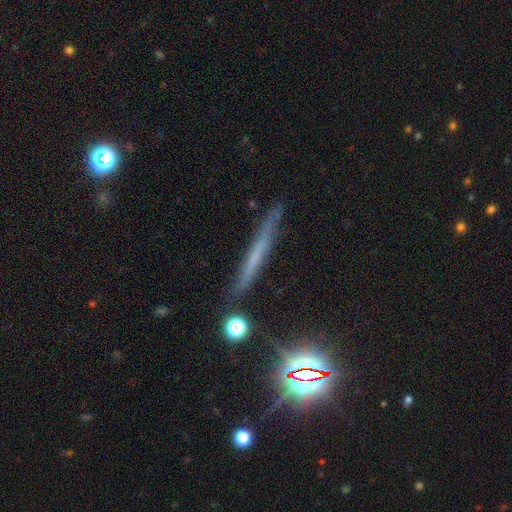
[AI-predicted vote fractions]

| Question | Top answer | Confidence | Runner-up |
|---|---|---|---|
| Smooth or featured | featured or disk | 41% | tied: smooth (41%) |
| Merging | none | 85% | minor disturbance (10%) |